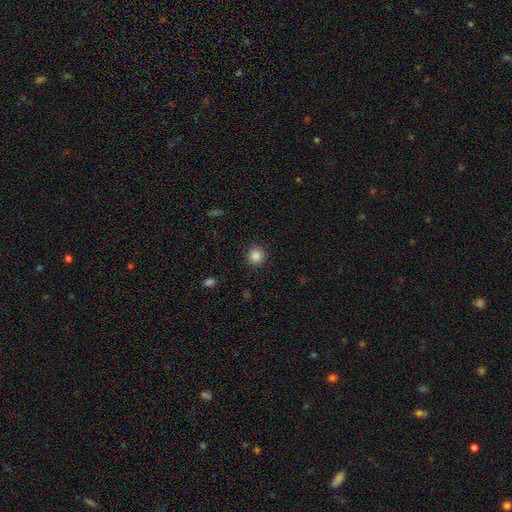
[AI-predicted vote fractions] A smooth galaxy with no disk features (85%) that is round (94%). Merging: none (91%).